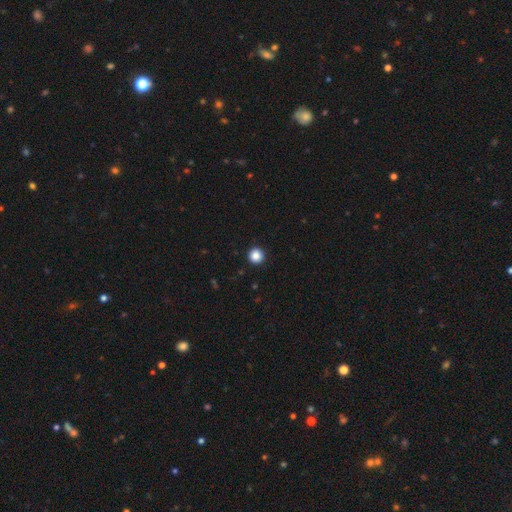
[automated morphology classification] The model was most divided on "smooth or featured": smooth: 86%, star or artifact: 10%, featured or disk: 3%. More confident: how rounded — round (96%); merging — none (93%).